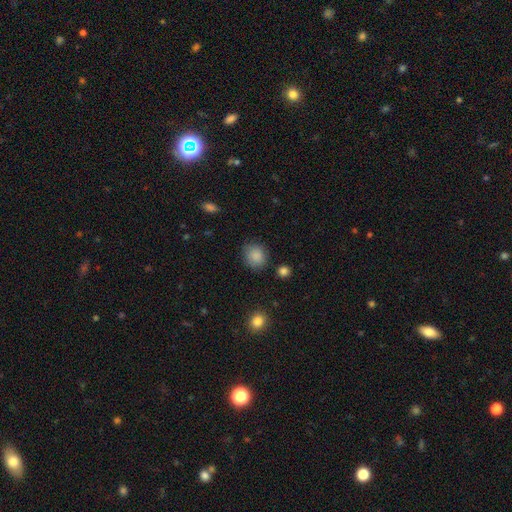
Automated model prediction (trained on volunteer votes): This appears to be a smooth galaxy with no disk features (87%) that is round (74%). Merging: none (79%).